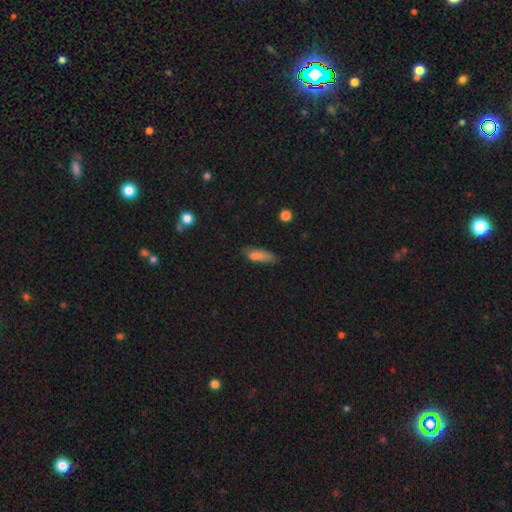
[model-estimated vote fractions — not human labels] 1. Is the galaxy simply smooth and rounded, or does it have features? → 73% smooth, 16% featured or disk, 11% star or artifact.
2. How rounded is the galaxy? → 51% cigar-shaped, 45% in between, 4% round.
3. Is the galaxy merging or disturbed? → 60% none, 26% minor disturbance, 8% major disturbance, 6% merger.